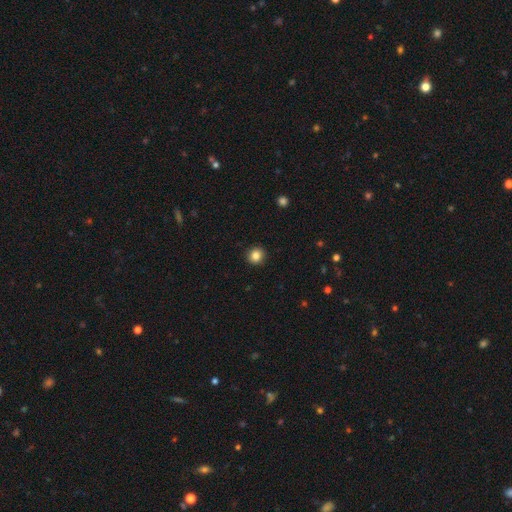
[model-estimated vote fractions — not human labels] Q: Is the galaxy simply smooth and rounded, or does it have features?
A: smooth — 85%.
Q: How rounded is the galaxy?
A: round — 91%.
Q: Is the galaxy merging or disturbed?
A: none — 93%.